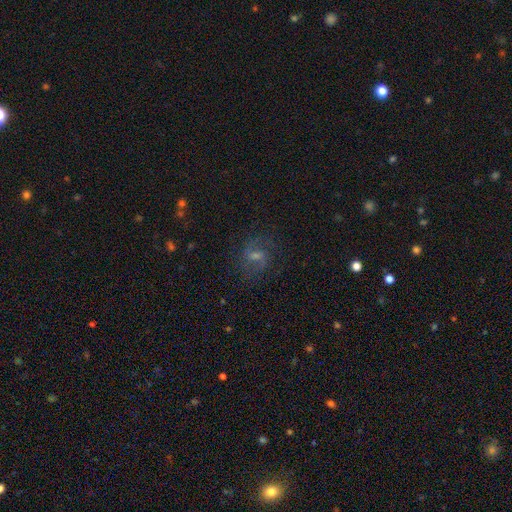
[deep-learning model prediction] Smooth or featured? Predicted: featured or disk (p=0.65). Edge-on disk? Predicted: no (p=0.97). Bar? Predicted: weak (p=0.55). Spiral arms? Predicted: yes (p=0.90). Spiral winding? Predicted: medium (p=0.52). Spiral arm count? Predicted: 2 (p=0.83). Bulge size? Predicted: small (p=0.42). Merging? Predicted: none (p=0.77).